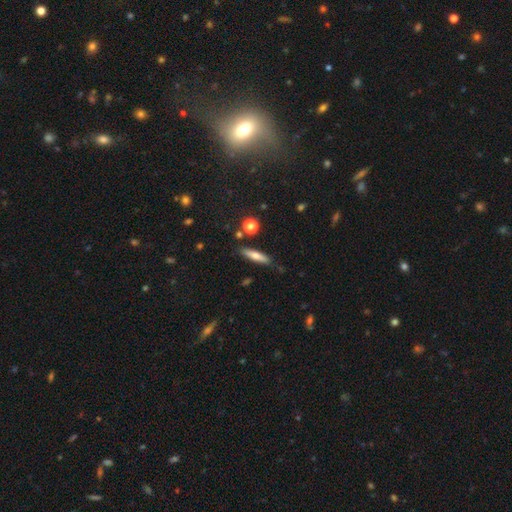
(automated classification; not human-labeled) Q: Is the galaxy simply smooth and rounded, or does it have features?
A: smooth — 63%.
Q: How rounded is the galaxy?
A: cigar-shaped — 80%.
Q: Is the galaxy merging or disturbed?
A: none — 83%.